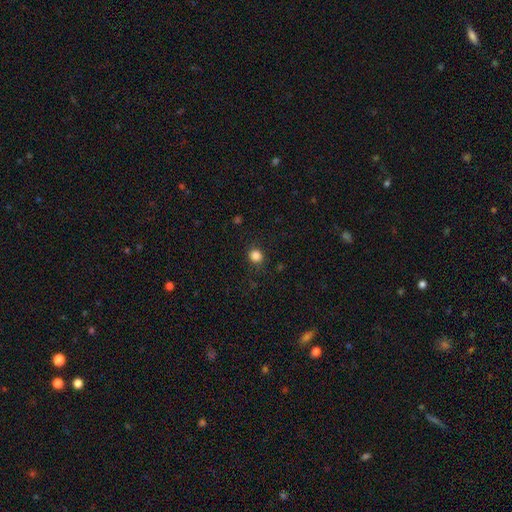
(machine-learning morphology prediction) Q: Smooth or featured?
A: smooth (84%); runner-up: star or artifact (12%)
Q: How rounded?
A: round (84%); runner-up: in between (16%)
Q: Merging?
A: none (86%); runner-up: minor disturbance (10%)